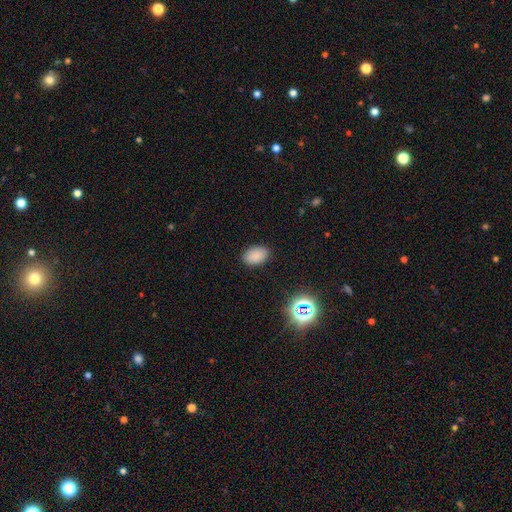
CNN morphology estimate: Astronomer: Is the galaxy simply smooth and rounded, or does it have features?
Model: smooth — 84%.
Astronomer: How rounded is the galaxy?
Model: in between — 87%.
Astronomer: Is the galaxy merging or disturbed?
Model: none — 87%.